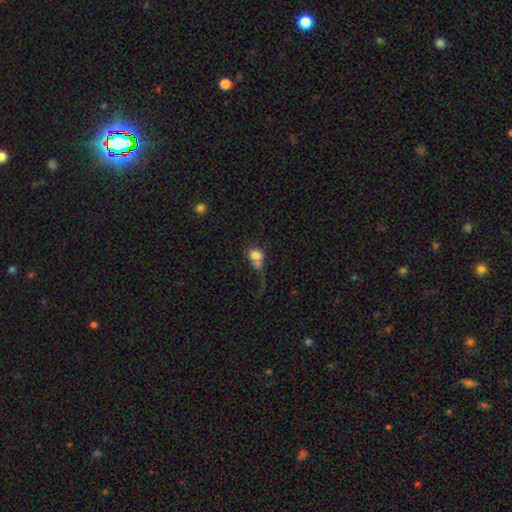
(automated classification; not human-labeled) The model was most divided on "how rounded": round: 52%, in between: 46%, cigar-shaped: 2%. Remaining: smooth or featured — smooth (75%); merging — merger (45%).